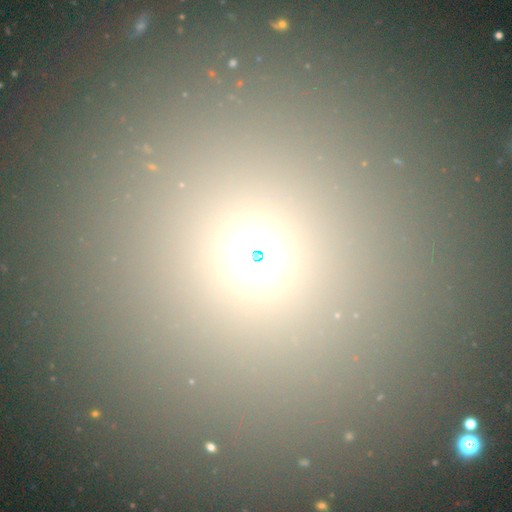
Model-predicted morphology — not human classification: Q: Smooth or featured?
A: smooth (61%); runner-up: star or artifact (30%)
Q: How rounded?
A: round (72%); runner-up: in between (24%)
Q: Merging?
A: none (76%); runner-up: minor disturbance (9%)